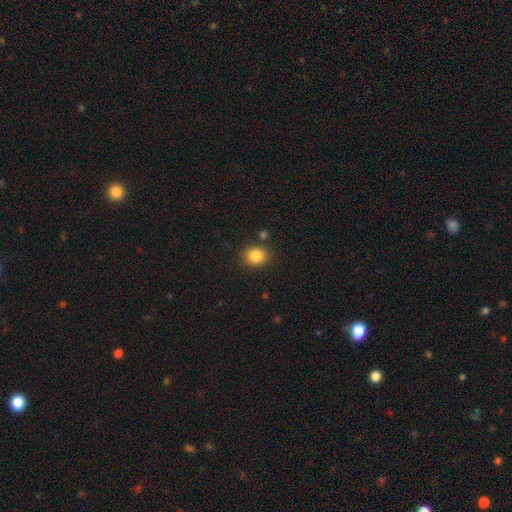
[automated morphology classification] Smooth or featured? smooth (85%)
How rounded? round (72%)
Merging? none (84%)